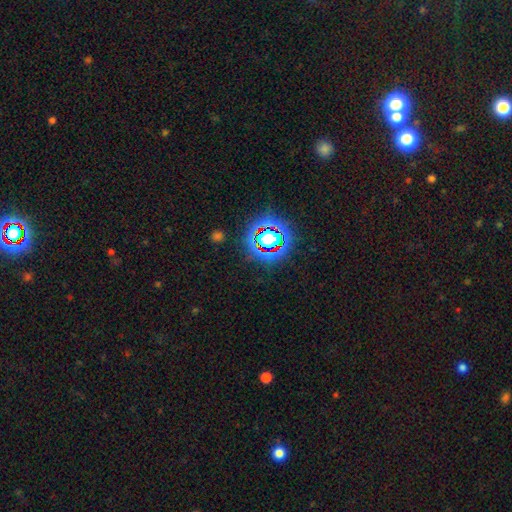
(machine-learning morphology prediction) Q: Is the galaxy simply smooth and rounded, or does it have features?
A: star or artifact — 79%.